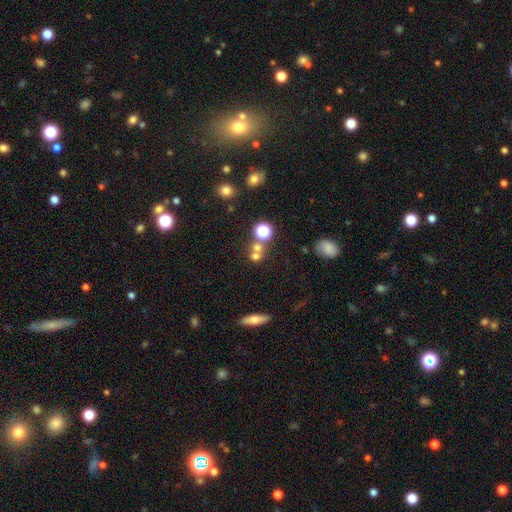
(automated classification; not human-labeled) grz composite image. It shows a smooth galaxy with no disk features (61%) that is round (83%). Merging: merger (46%).